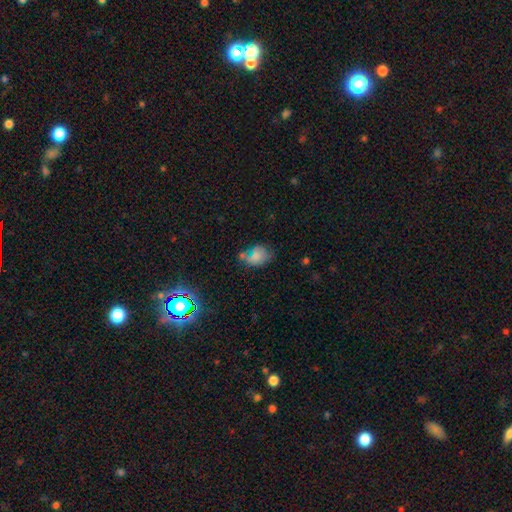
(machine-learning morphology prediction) type=smooth (69%); roundness=in between (64%); merging=none (38%).